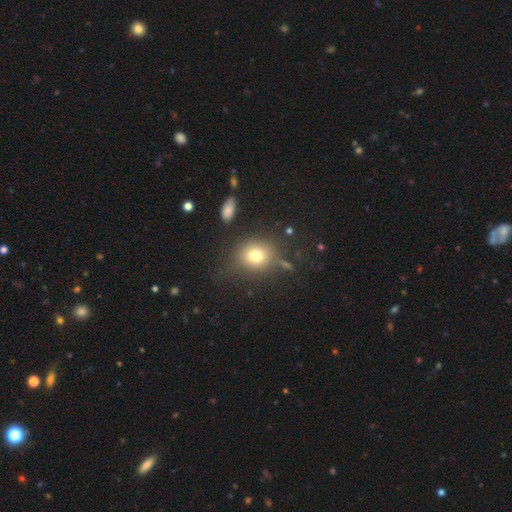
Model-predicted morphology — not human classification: The model was most divided on "how rounded": round: 73%, in between: 26%, cigar-shaped: 1%. More confident: smooth or featured — smooth (75%); merging — none (75%).